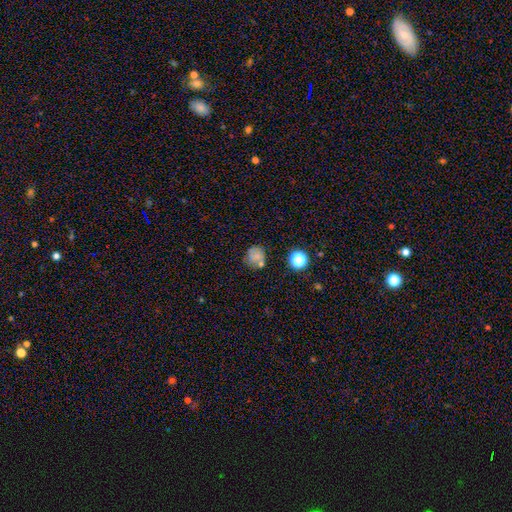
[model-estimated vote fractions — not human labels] Morphology: type=smooth (67%); roundness=round (81%); merging=none (63%).